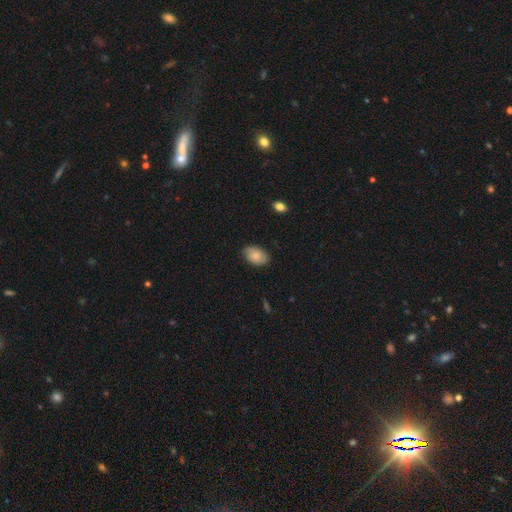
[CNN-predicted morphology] type=smooth (77%); roundness=in between (89%); merging=none (80%).